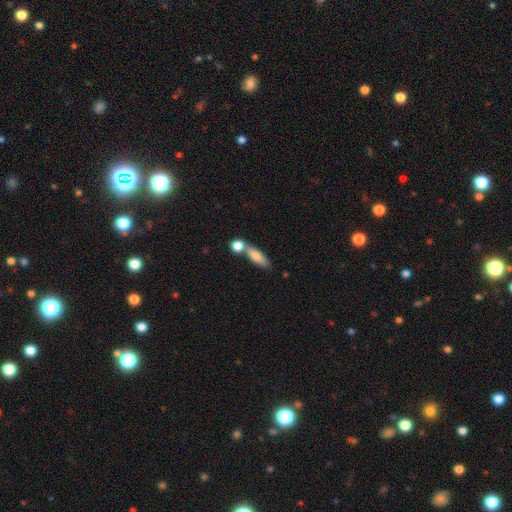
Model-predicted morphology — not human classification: smooth-or-featured: smooth: 76% | featured or disk: 17% | star or artifact: 7%
  how-rounded: in between: 58% | cigar-shaped: 36% | round: 6%
  merging: none: 46% | merger: 39% | minor disturbance: 11% | major disturbance: 4%